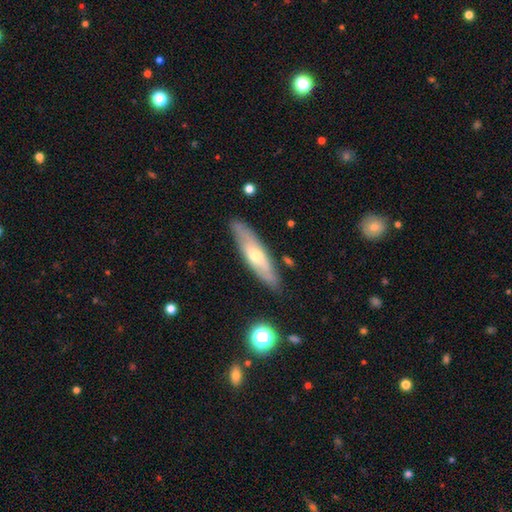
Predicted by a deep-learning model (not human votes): Overall: featured or disk (52%; smooth 42%). Edge-on disk: yes (53%; no 47%). Merging: none (84%).